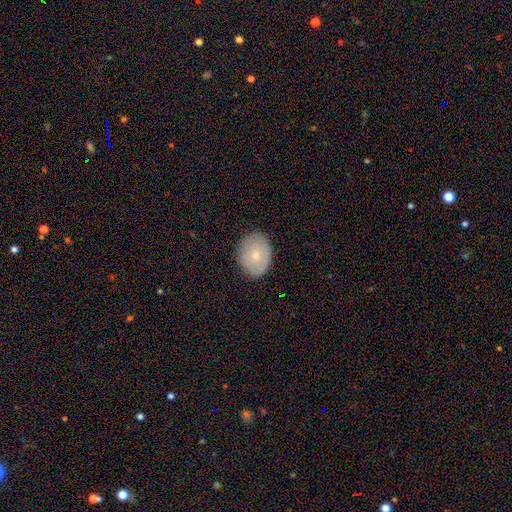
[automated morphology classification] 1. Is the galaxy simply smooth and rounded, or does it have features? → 72% smooth, 21% featured or disk, 7% star or artifact.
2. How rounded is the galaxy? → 55% in between, 44% round, 1% cigar-shaped.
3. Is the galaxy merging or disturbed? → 85% none, 12% minor disturbance, 2% major disturbance, 1% merger.